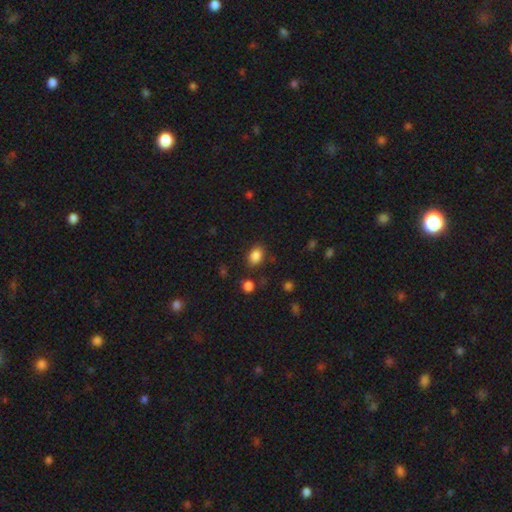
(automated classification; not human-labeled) Q: Smooth or featured?
A: smooth (85%); runner-up: star or artifact (10%)
Q: How rounded?
A: in between (75%); runner-up: round (24%)
Q: Merging?
A: none (80%); runner-up: minor disturbance (13%)